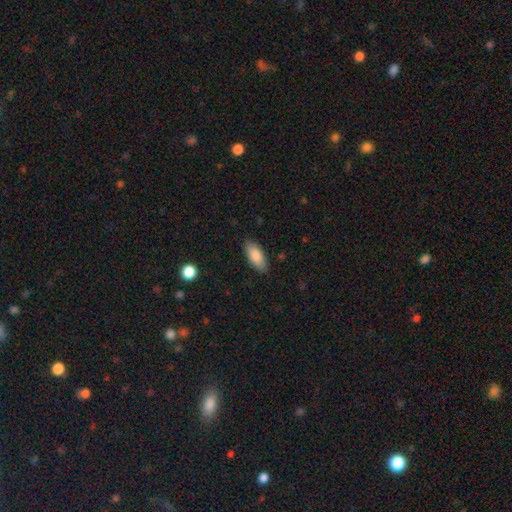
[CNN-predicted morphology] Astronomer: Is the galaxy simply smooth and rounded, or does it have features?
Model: smooth — 87%.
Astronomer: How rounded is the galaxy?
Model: in between — 84%.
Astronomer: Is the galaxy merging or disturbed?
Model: none — 86%.